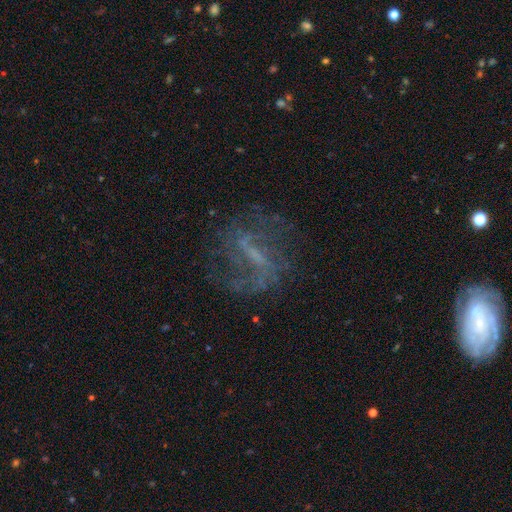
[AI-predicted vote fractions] Smooth or featured: featured or disk — 70% (star or artifact — 16%)
Edge-on disk: no — 94% (yes — 6%)
Bar: weak — 44% (strong — 35%)
Spiral arms: yes — 75% (no — 25%)
Bulge size: none — 42% (small — 41%)
Merging: none — 63% (major disturbance — 18%)